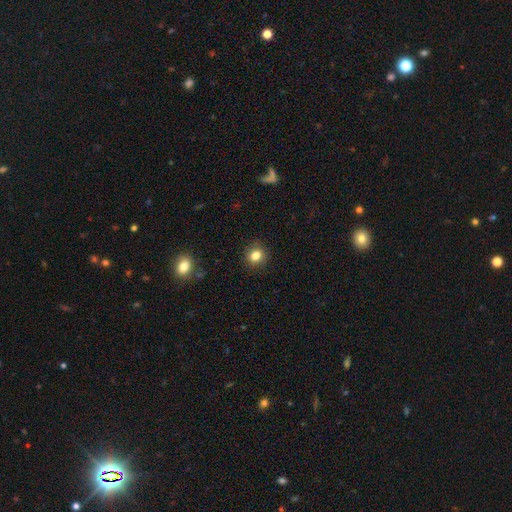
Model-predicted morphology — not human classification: This is clearly a smooth galaxy (83%). How rounded: likely round (73%). Merging: clearly none (88%).